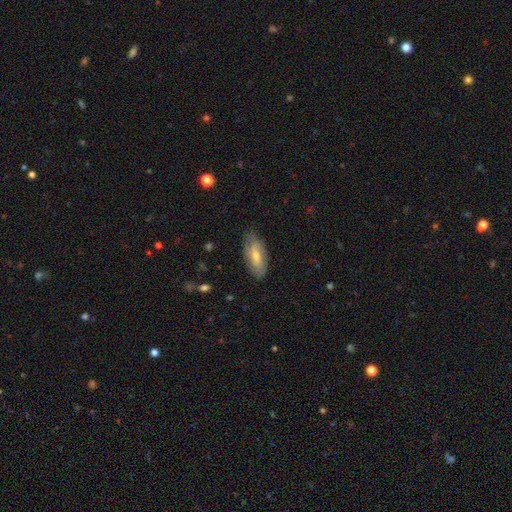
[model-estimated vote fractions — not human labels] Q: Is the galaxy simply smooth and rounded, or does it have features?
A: smooth — 46%, tied with featured or disk.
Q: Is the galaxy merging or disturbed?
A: none — 80%.